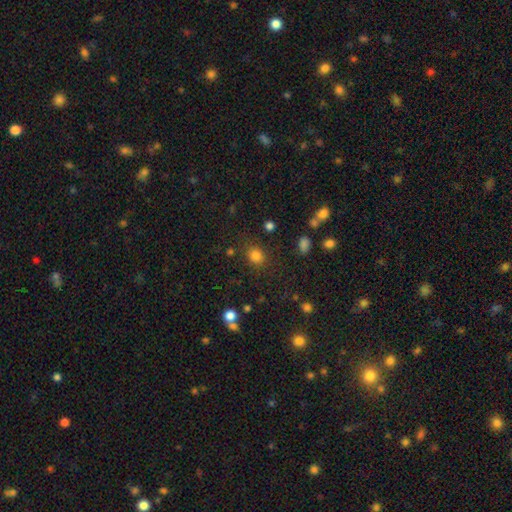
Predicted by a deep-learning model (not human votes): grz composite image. It shows a smooth galaxy with no disk features (81%) that is round (74%). Merging: none (82%).